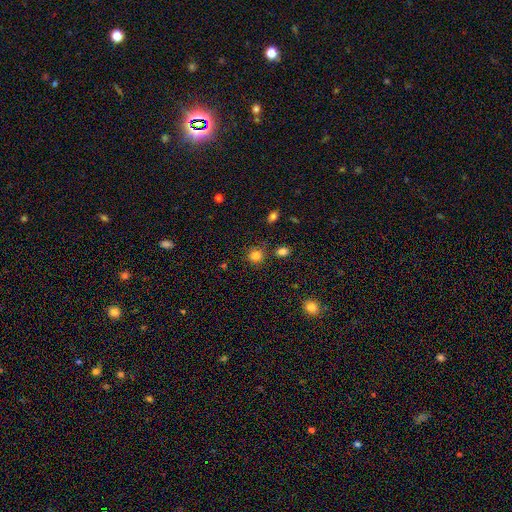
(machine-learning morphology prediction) type=smooth (83%); roundness=round (85%); merging=none (80%).